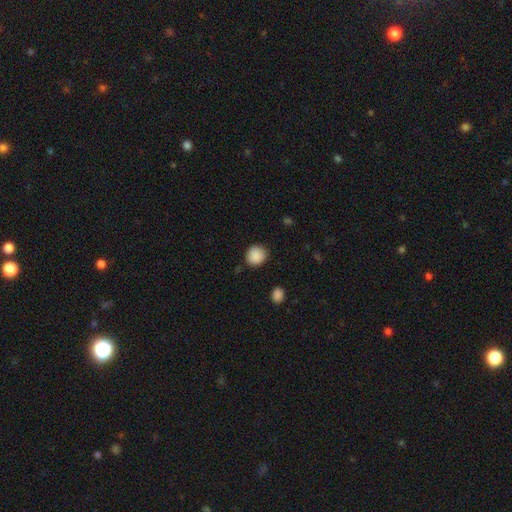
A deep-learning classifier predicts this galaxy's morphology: A smooth galaxy with no disk features (89%) that is round (90%).

Vote fractions:
- Smooth or featured? smooth: 89% / star or artifact: 8% / featured or disk: 3%
- How rounded? round: 90% / in between: 9% / cigar-shaped: 1%
- Merging? none: 87% / minor disturbance: 9% / major disturbance: 3% / merger: 2%